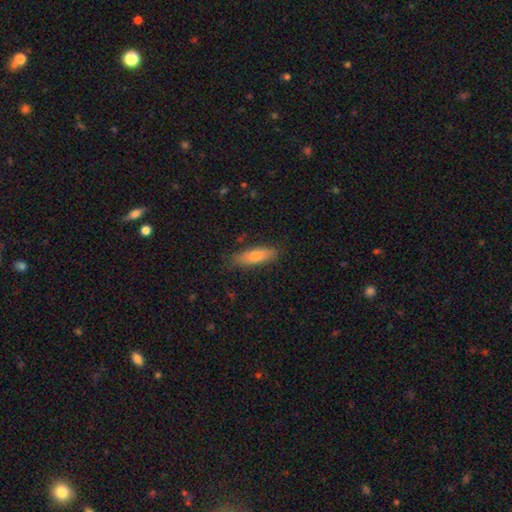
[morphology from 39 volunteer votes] smooth_or_featured: smooth (p=0.67) [alt: featured or disk p=0.26]
how_rounded: cigar-shaped (p=0.54) [alt: in between p=0.42]
merging: none (p=0.83) [alt: minor disturbance p=0.08]